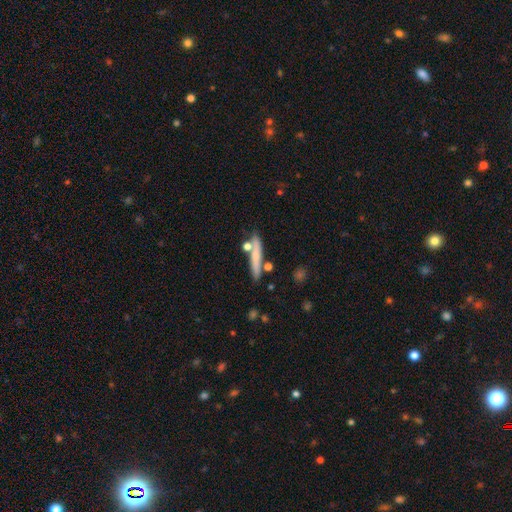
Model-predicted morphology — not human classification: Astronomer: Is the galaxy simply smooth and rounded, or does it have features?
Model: smooth — 59%.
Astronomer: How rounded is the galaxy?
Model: cigar-shaped — 89%.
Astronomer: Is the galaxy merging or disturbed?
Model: none — 71%.